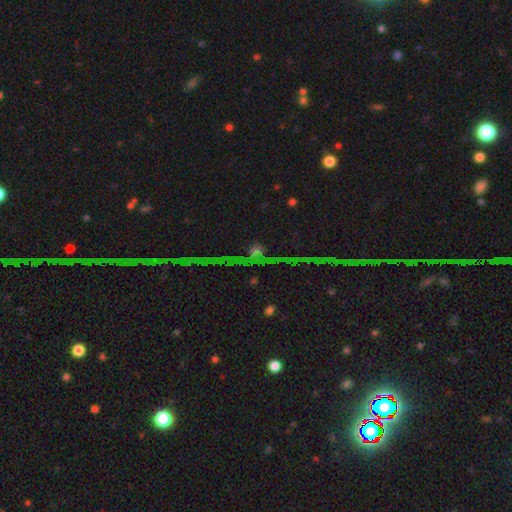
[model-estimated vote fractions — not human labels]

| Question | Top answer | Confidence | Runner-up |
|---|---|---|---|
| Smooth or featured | star or artifact | 56% | featured or disk (23%) |